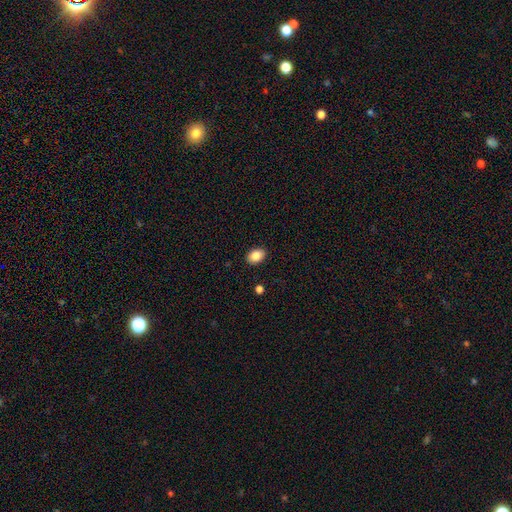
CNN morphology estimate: smooth_or_featured: smooth (p=0.86) [alt: star or artifact p=0.08]
how_rounded: in between (p=0.78) [alt: round p=0.20]
merging: none (p=0.89) [alt: minor disturbance p=0.08]